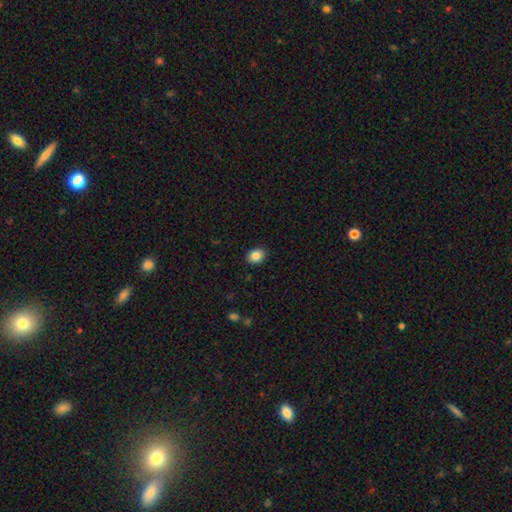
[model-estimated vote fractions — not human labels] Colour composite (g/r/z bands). It shows a smooth galaxy with no disk features (85%) that is round (52%). Merging: none (90%).